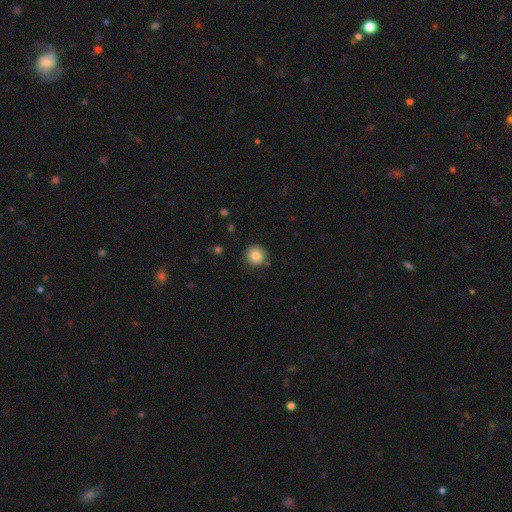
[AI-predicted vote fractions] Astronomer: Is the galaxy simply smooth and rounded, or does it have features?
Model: smooth — 85%.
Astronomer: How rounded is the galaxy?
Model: round — 94%.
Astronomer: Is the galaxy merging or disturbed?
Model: none — 85%.